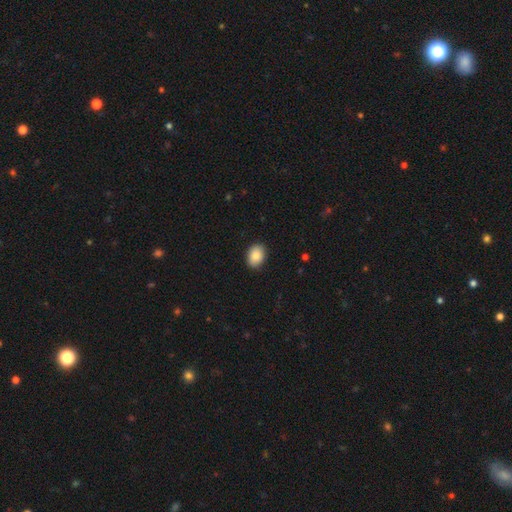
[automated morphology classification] This is clearly a smooth galaxy (88%). How rounded: likely in between (76%). Merging: clearly none (89%).